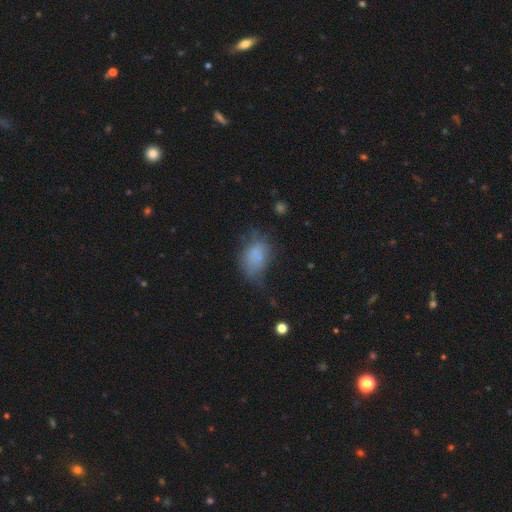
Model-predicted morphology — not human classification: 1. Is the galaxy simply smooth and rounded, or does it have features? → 68% smooth, 20% featured or disk, 12% star or artifact.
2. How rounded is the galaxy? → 82% in between, 16% round, 2% cigar-shaped.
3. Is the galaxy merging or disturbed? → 36% none, 32% minor disturbance, 23% major disturbance, 8% merger.